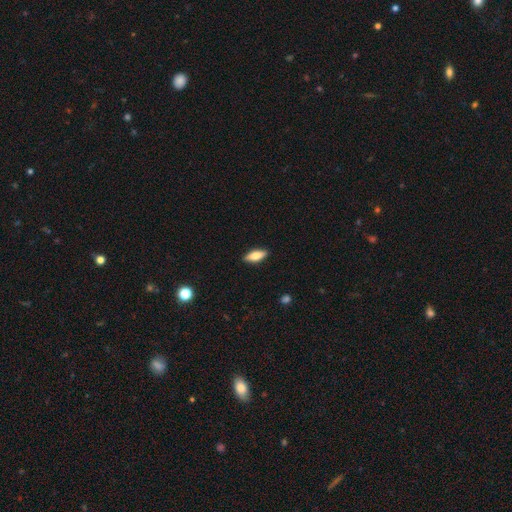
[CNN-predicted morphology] This appears to be a smooth galaxy with no disk features (73%) that is in between round and cigar-shaped (70%). Merging: none (90%).